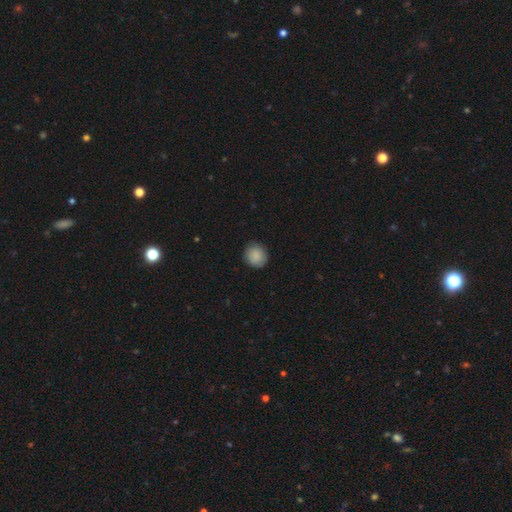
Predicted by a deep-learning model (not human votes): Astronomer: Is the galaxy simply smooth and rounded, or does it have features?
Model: smooth — 88%.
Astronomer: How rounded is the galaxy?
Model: round — 85%.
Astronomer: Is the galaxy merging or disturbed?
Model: none — 87%.